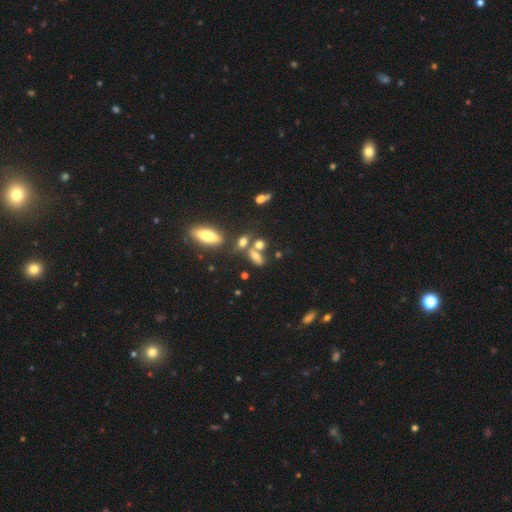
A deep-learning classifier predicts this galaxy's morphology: smooth_or_featured: smooth (p=0.63) [alt: featured or disk p=0.20]
how_rounded: in between (p=0.68) [alt: round p=0.17]
merging: none (p=0.45) [alt: merger p=0.34]